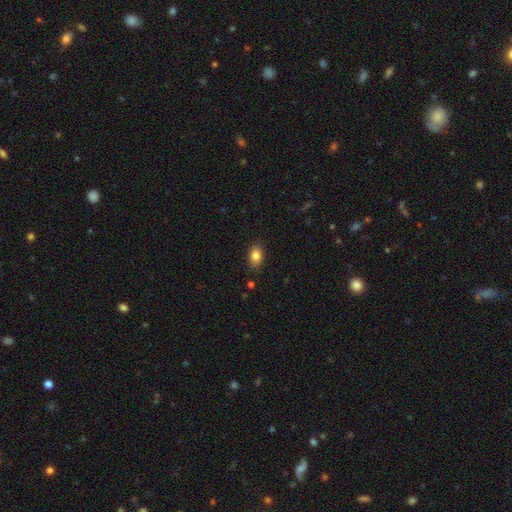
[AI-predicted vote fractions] smooth-or-featured: smooth: 84% | star or artifact: 9% | featured or disk: 7%
  how-rounded: in between: 85% | round: 13% | cigar-shaped: 2%
  merging: none: 86% | minor disturbance: 11% | major disturbance: 2% | merger: 1%